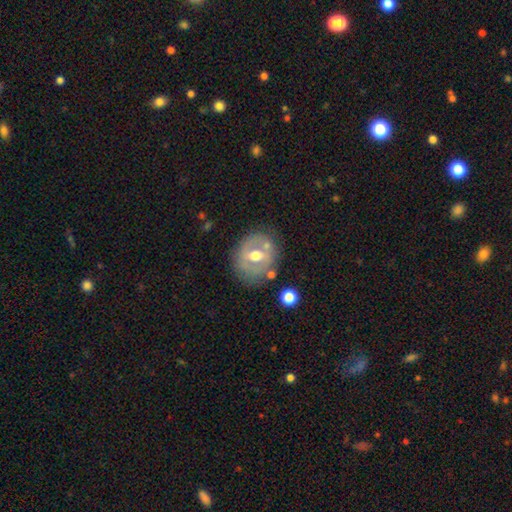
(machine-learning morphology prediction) featured or disk 57%, smooth 35%, star or artifact 7%. Down the decision tree: edge-on disk — no (93%); bar — weak (41%); spiral arms — no (76%); bulge size — moderate (75%); merging — none (70%).